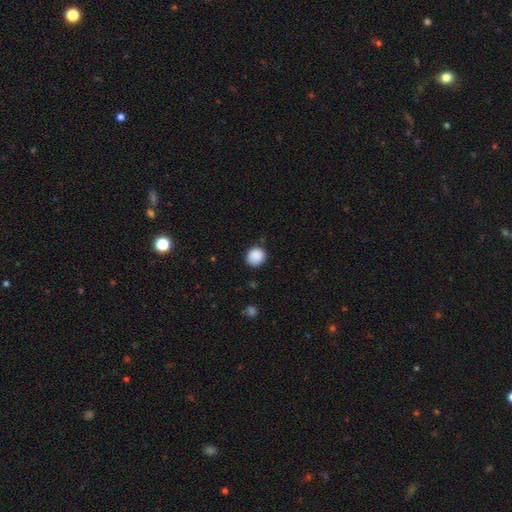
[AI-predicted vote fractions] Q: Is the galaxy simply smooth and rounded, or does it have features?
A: smooth — 88%.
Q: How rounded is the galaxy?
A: round — 85%.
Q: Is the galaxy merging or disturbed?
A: none — 83%.